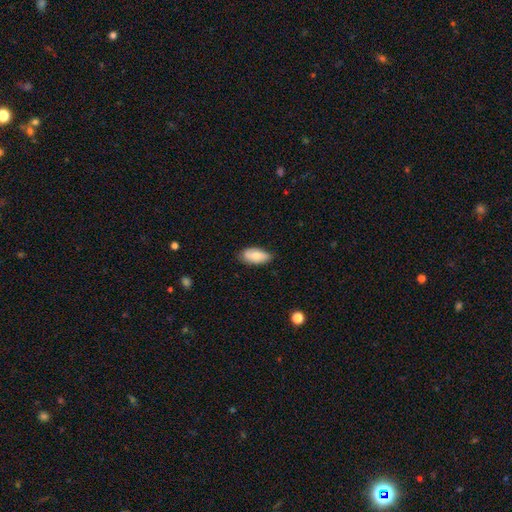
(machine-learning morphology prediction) type=smooth (74%); roundness=in between (92%); merging=none (78%).